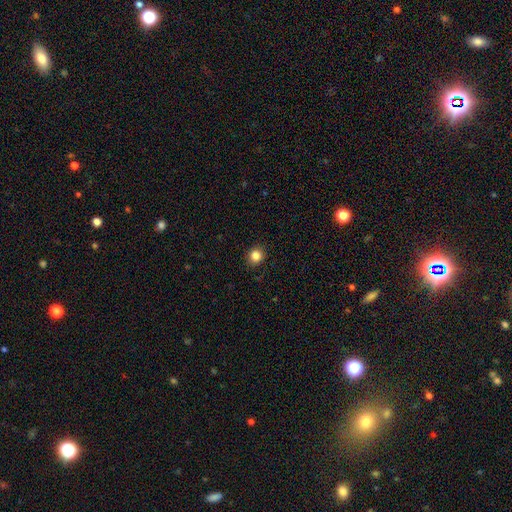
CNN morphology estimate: Smooth or featured: smooth — 84% (star or artifact — 11%)
How rounded: round — 85% (in between — 14%)
Merging: none — 90% (minor disturbance — 7%)